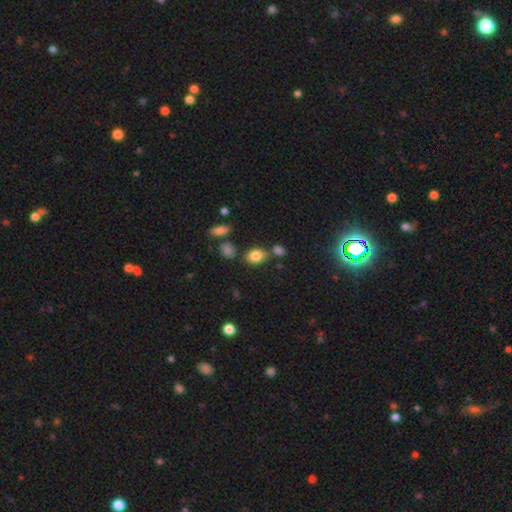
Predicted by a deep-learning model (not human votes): This appears to be a smooth galaxy with no disk features (82%) that is in between round and cigar-shaped (70%). Merging: none (65%).